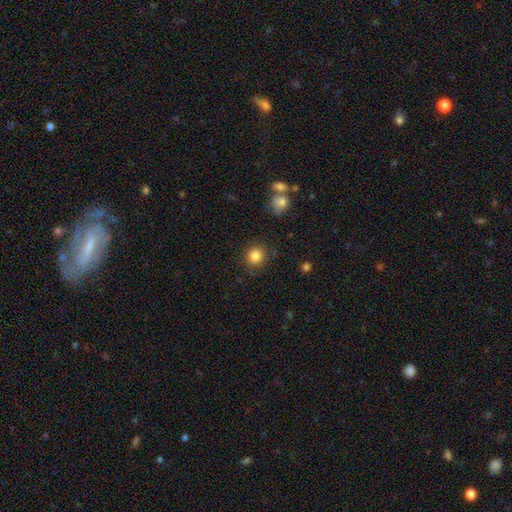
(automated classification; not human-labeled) Morphology: type=smooth (84%); roundness=round (86%); merging=none (85%).